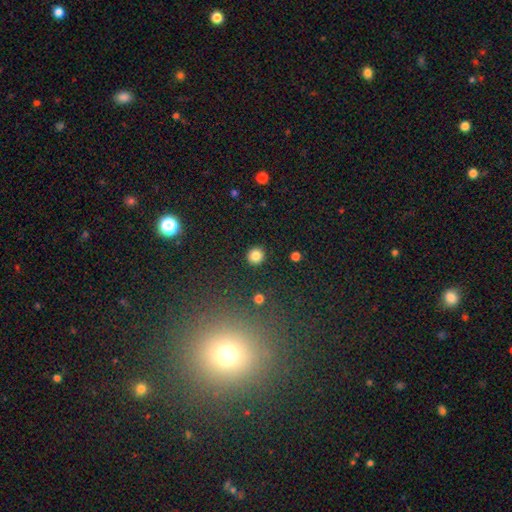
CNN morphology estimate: Overall: smooth (84%). How rounded: round (94%). Merging: none (92%).